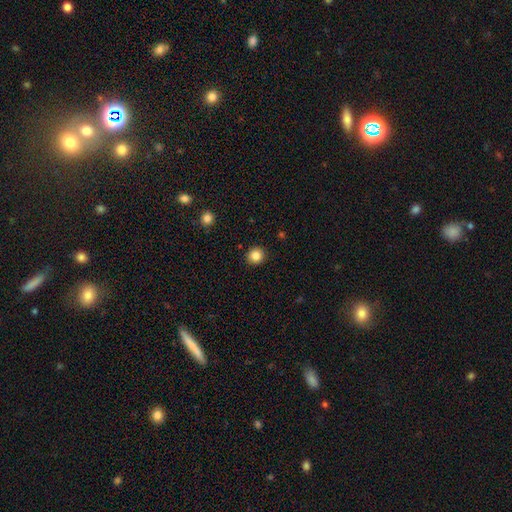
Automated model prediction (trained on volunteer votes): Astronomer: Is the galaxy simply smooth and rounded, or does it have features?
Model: smooth — 84%.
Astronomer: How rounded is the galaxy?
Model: round — 93%.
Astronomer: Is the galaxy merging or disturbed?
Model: none — 92%.